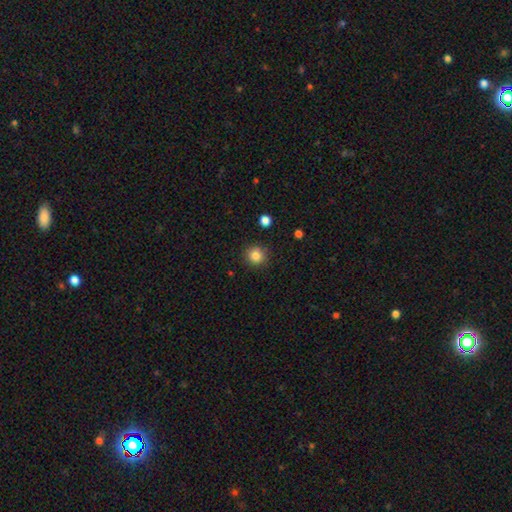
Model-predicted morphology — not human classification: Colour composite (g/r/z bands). It shows a smooth galaxy with no disk features (84%) that is round (93%). Merging: none (90%).